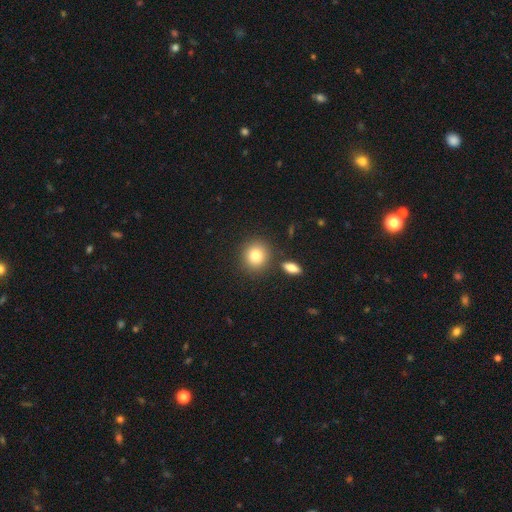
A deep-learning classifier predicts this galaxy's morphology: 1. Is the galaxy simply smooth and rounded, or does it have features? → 82% smooth, 10% star or artifact, 9% featured or disk.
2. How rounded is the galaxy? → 84% round, 15% in between, 1% cigar-shaped.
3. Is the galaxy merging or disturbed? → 82% none, 8% merger, 8% minor disturbance, 3% major disturbance.